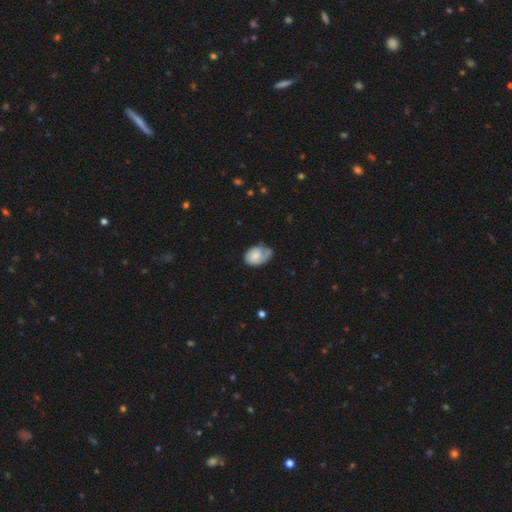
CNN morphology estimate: Q: Smooth or featured?
A: smooth (54%); runner-up: featured or disk (39%)
Q: How rounded?
A: in between (80%); runner-up: round (19%)
Q: Merging?
A: none (42%); runner-up: minor disturbance (37%)